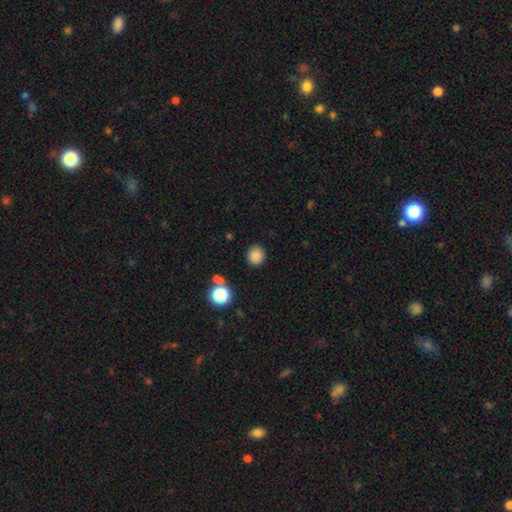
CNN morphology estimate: Smooth or featured?
  - smooth: 85% *
  - star or artifact: 12%
  - featured or disk: 4%
How rounded?
  - round: 88% *
  - in between: 11%
  - cigar-shaped: 1%
Merging?
  - none: 88% *
  - minor disturbance: 7%
  - major disturbance: 3%
  - merger: 2%